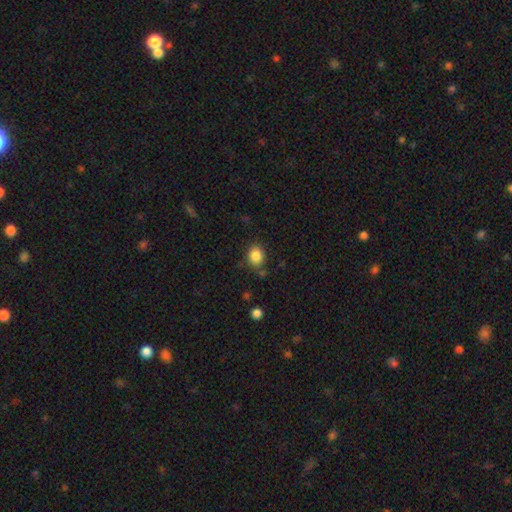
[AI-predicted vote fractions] smooth_or_featured: smooth (p=0.86) [alt: star or artifact p=0.10]
how_rounded: round (p=0.61) [alt: in between p=0.38]
merging: none (p=0.79) [alt: minor disturbance p=0.13]